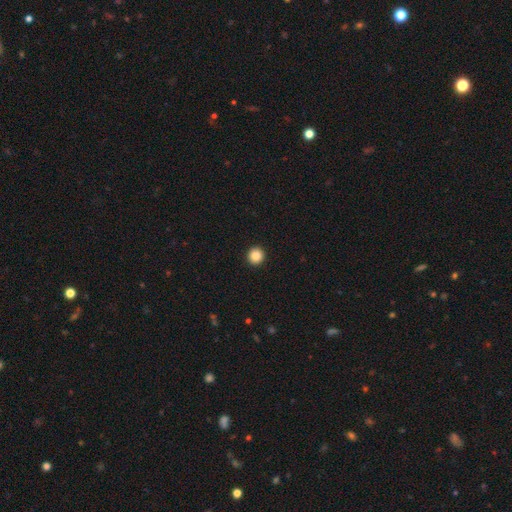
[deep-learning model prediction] smooth 87%, star or artifact 10%, featured or disk 4%. Down the decision tree: how rounded — round (95%); merging — none (94%).